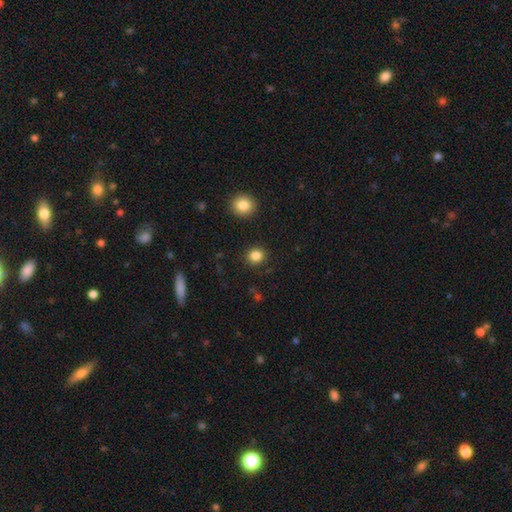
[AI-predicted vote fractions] Overall: smooth (84%). How rounded: round (86%). Merging: none (90%).